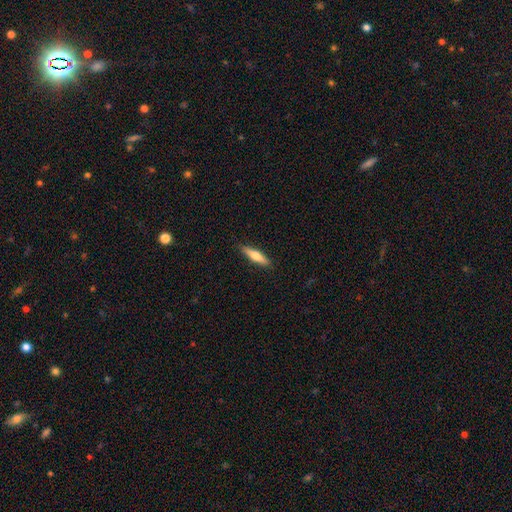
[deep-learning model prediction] A smooth galaxy with no disk features (58%) that is cigar-shaped (78%).

Vote fractions:
- Smooth or featured? smooth: 58% / featured or disk: 36% / star or artifact: 6%
- How rounded? cigar-shaped: 78% / in between: 20% / round: 2%
- Merging? none: 90% / minor disturbance: 7% / major disturbance: 2% / merger: 1%